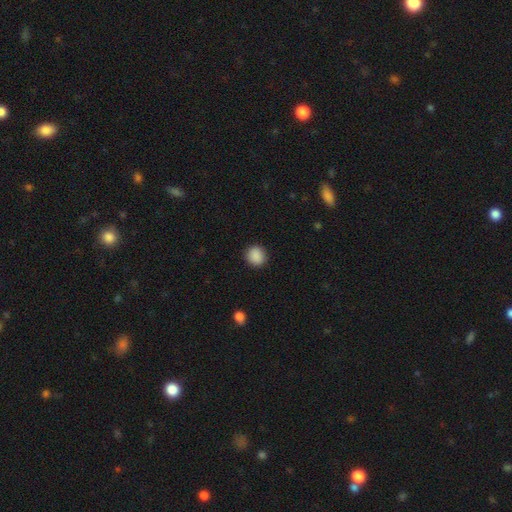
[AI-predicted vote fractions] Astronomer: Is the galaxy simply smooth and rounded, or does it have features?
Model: smooth — 89%.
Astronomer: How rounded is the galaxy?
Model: round — 89%.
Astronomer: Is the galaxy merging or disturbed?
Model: none — 91%.